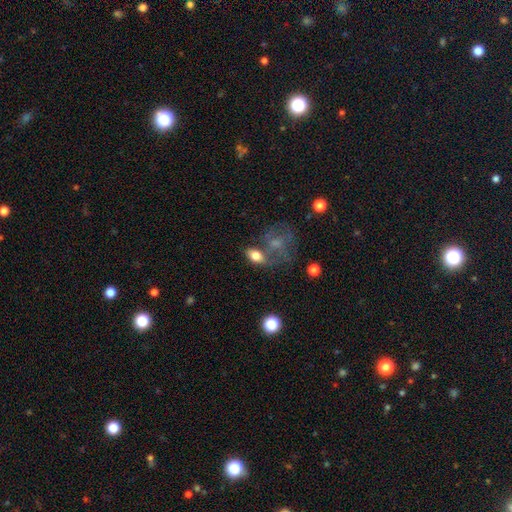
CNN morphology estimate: This appears to be a smooth galaxy with no disk features (76%) that is in between round and cigar-shaped (84%). Merging: none (50%).